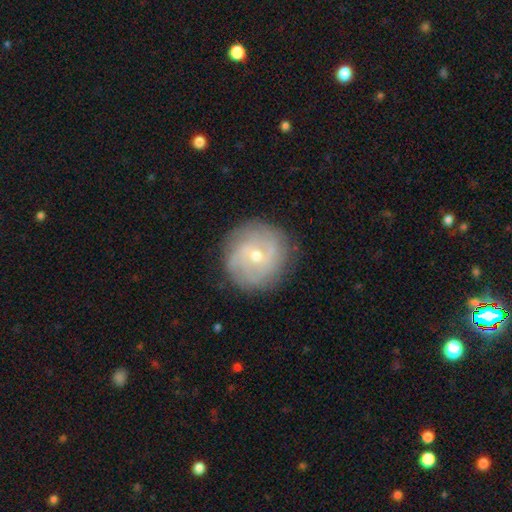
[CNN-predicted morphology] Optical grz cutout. It shows a featured or disk galaxy (71%) with no bar (56%), tight (53%) spiral arms (87%) and a small central bulge (60%). Merging: none (85%).